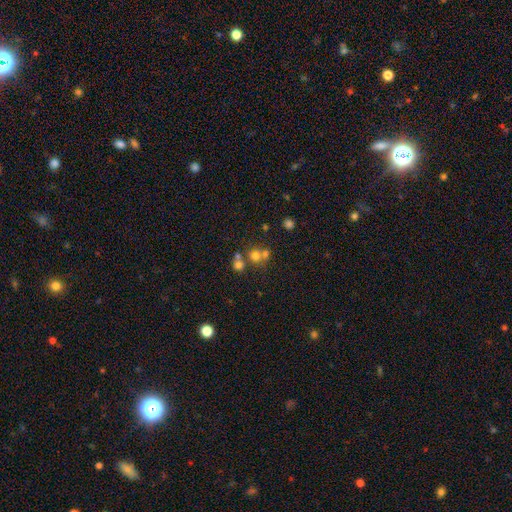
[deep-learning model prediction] smooth_or_featured: smooth (p=0.58) [alt: star or artifact p=0.26]
how_rounded: round (p=0.86) [alt: in between p=0.13]
merging: none (p=0.51) [alt: merger p=0.39]